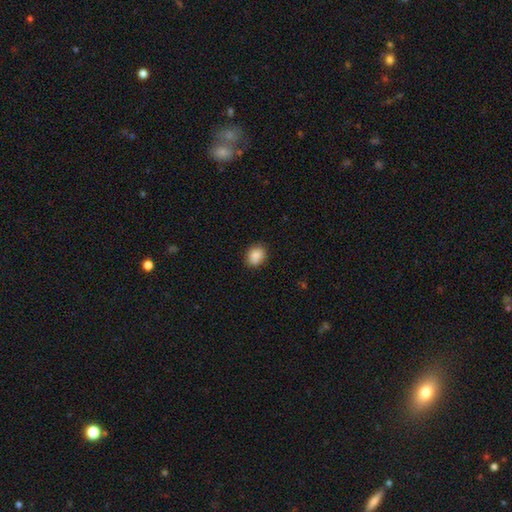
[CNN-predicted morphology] This appears to be a smooth galaxy with no disk features (87%) that is in between round and cigar-shaped (50%). Merging: none (85%).